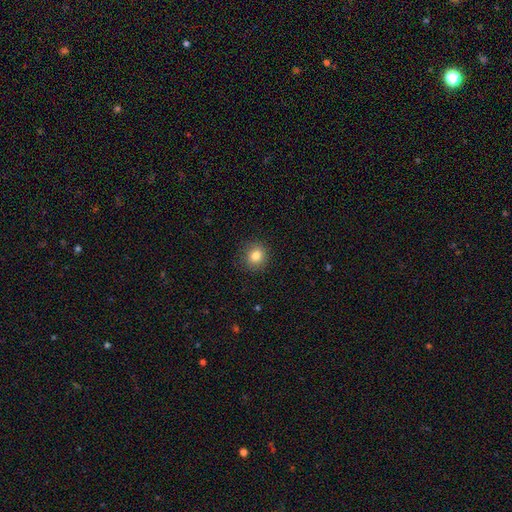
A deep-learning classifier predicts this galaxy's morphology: This appears to be a smooth galaxy with no disk features (83%) that is round (85%). Merging: none (89%).